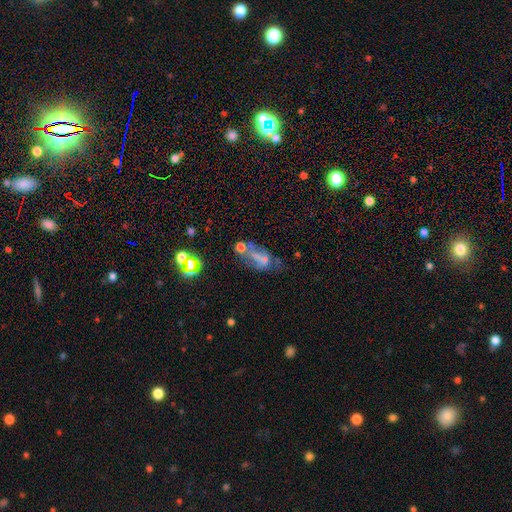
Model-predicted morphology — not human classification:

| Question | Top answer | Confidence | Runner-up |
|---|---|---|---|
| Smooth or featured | featured or disk | 41% | smooth (36%) |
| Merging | none | 34% | major disturbance (26%) |